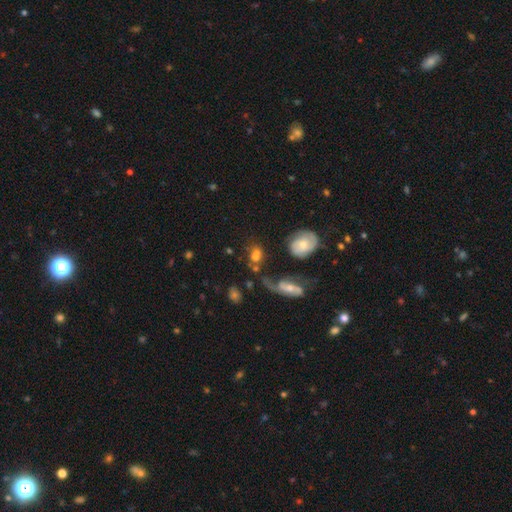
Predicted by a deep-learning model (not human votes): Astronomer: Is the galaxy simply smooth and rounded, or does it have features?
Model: smooth — 58%.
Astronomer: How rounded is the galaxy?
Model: in between — 55% (runner-up: round, 41%).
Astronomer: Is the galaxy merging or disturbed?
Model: none — 35% (runner-up: merger, 31%).